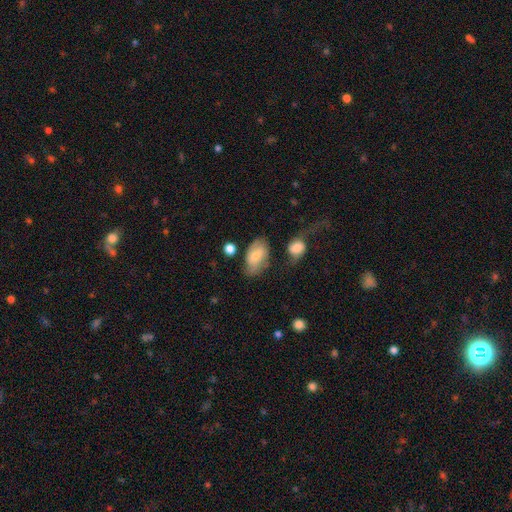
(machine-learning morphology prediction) Smooth or featured?
  - smooth: 64% *
  - featured or disk: 29%
  - star or artifact: 7%
How rounded?
  - in between: 91% *
  - round: 7%
  - cigar-shaped: 2%
Merging?
  - none: 54% *
  - minor disturbance: 27%
  - major disturbance: 10%
  - merger: 9%